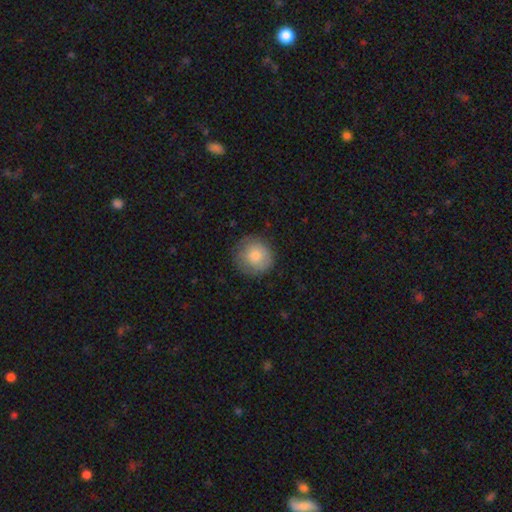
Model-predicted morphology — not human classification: Smooth or featured?
  - smooth: 80% *
  - featured or disk: 13%
  - star or artifact: 7%
How rounded?
  - round: 91% *
  - in between: 8%
  - cigar-shaped: 1%
Merging?
  - none: 77% *
  - minor disturbance: 17%
  - major disturbance: 5%
  - merger: 1%